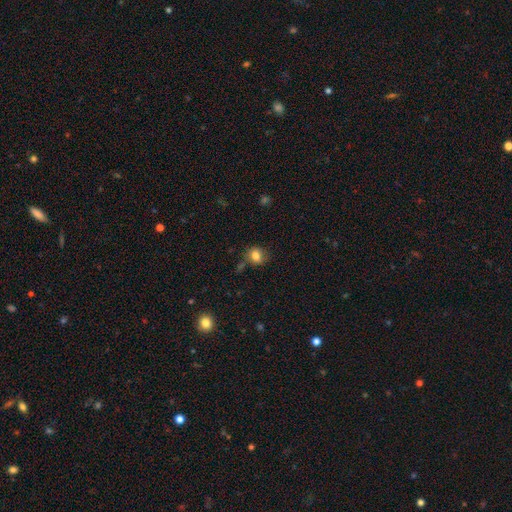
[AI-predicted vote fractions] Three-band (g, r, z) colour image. It shows a smooth galaxy with no disk features (80%) that is round (68%). Merging: none (71%).